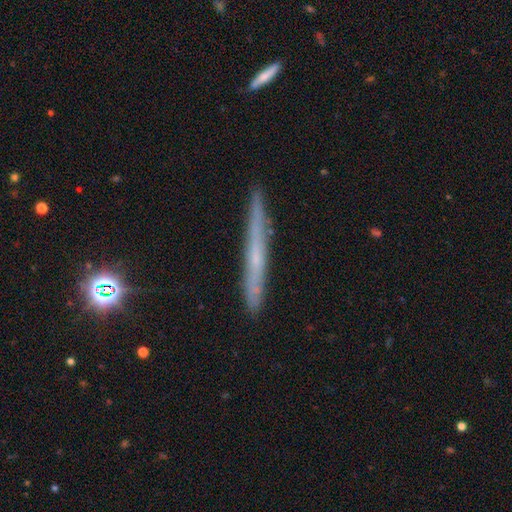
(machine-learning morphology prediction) Q: Smooth or featured?
A: featured or disk (55%); runner-up: smooth (36%)
Q: Edge-on disk?
A: yes (95%); runner-up: no (5%)
Q: Edge-on bulge?
A: none (77%); runner-up: rounded (19%)
Q: Merging?
A: none (88%); runner-up: minor disturbance (9%)